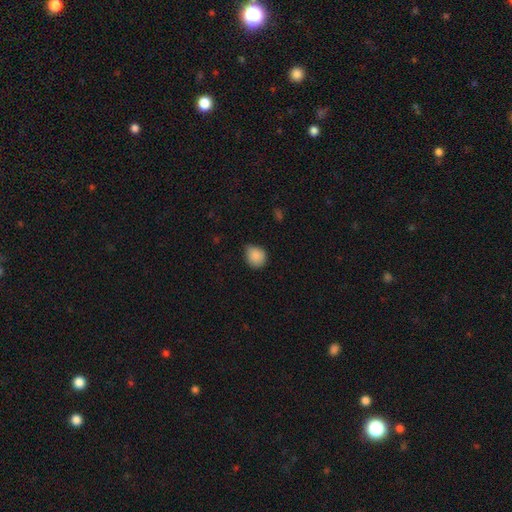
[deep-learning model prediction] Smooth or featured? smooth (87%)
How rounded? round (69%)
Merging? none (63%)